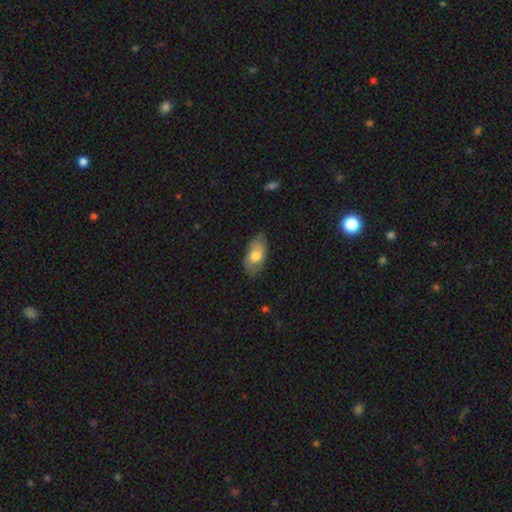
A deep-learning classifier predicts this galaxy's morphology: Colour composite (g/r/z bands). It shows a smooth galaxy with no disk features (67%) that is in between round and cigar-shaped (92%). Merging: none (72%).